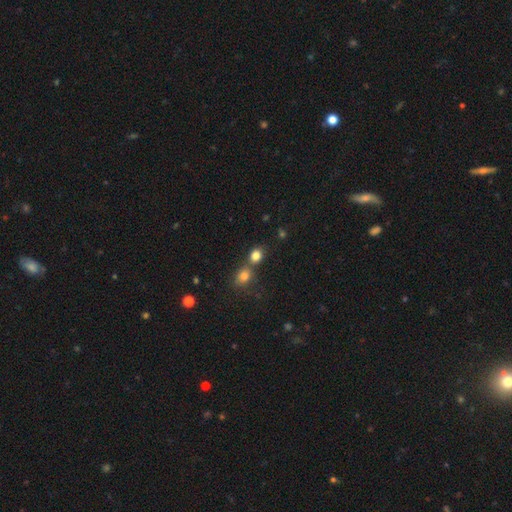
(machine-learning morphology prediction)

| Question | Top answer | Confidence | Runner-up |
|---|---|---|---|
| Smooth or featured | smooth | 81% | star or artifact (13%) |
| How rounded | round | 57% | in between (41%) |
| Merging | none | 48% | merger (39%) |